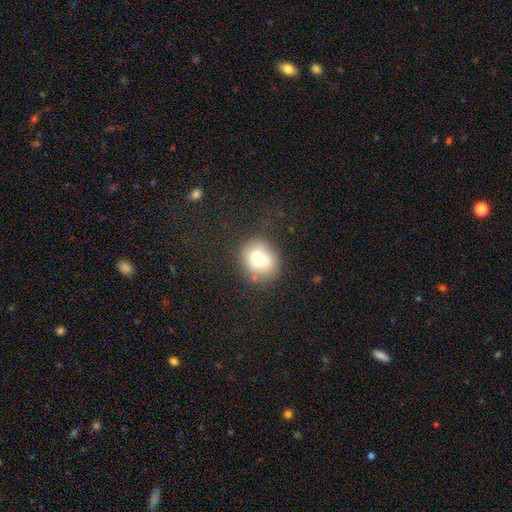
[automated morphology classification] The model was most divided on "merging": none: 46%, merger: 35%, minor disturbance: 13%, major disturbance: 6%. More confident: how rounded — round (77%); smooth or featured — smooth (64%).